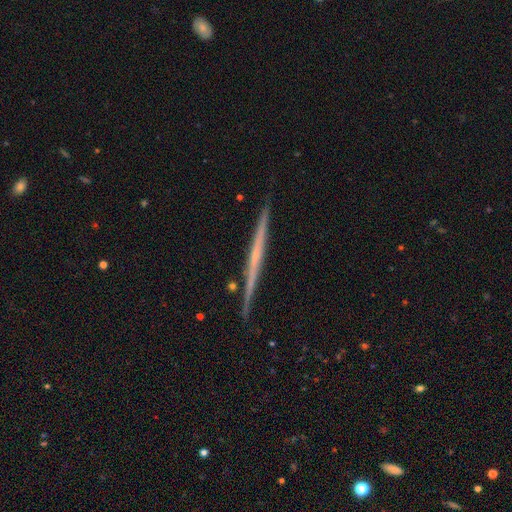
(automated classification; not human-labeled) Morphology: type=featured or disk (71%); edge-on=yes (98%); edge-on bulge=none (77%); merging=none (91%).